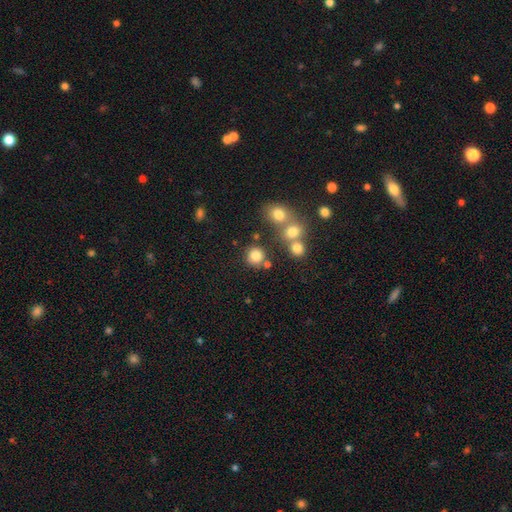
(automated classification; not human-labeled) Q: Smooth or featured?
A: smooth (80%); runner-up: star or artifact (13%)
Q: How rounded?
A: round (90%); runner-up: in between (9%)
Q: Merging?
A: none (74%); runner-up: merger (13%)